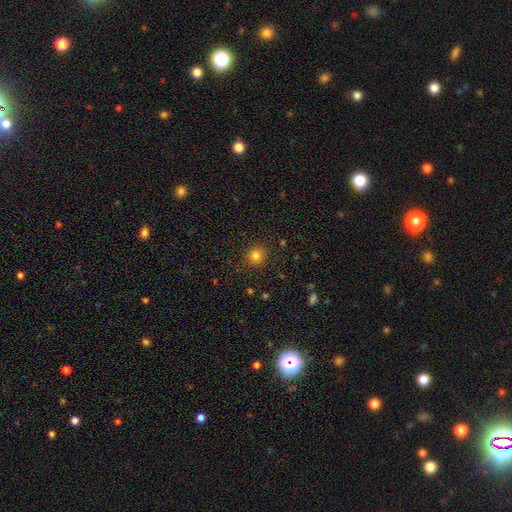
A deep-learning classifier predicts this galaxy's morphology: Smooth or featured? smooth (81%)
How rounded? round (89%)
Merging? none (89%)